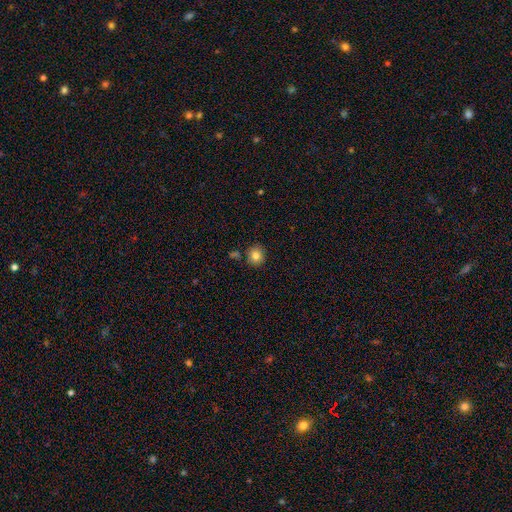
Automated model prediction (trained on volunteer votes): This appears to be a smooth galaxy with no disk features (82%) that is round (88%). Merging: none (85%).